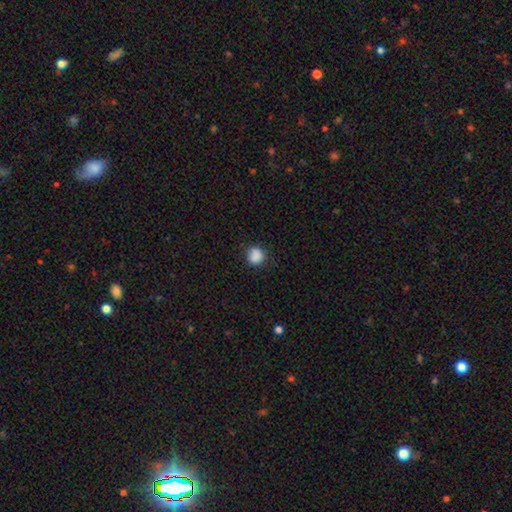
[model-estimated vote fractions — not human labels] Overall: smooth (86%). How rounded: round (80%). Merging: none (75%).